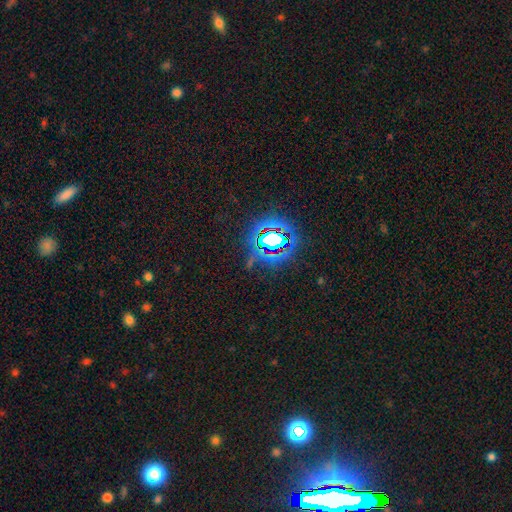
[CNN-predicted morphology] smooth-or-featured: star or artifact: 80% | smooth: 13% | featured or disk: 8%